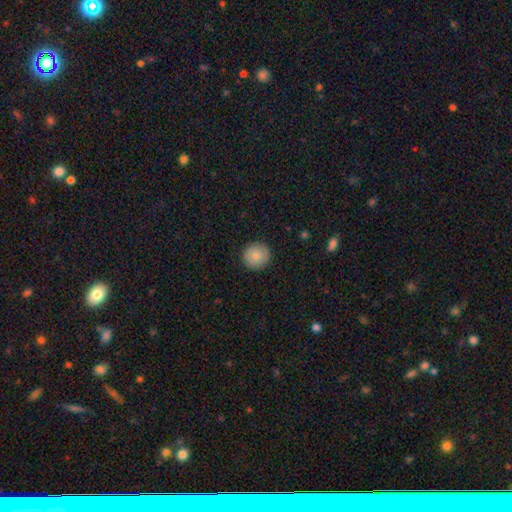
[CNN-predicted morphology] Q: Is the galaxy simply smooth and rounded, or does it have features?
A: smooth — 83%.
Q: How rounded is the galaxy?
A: round — 94%.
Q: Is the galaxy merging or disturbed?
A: none — 89%.